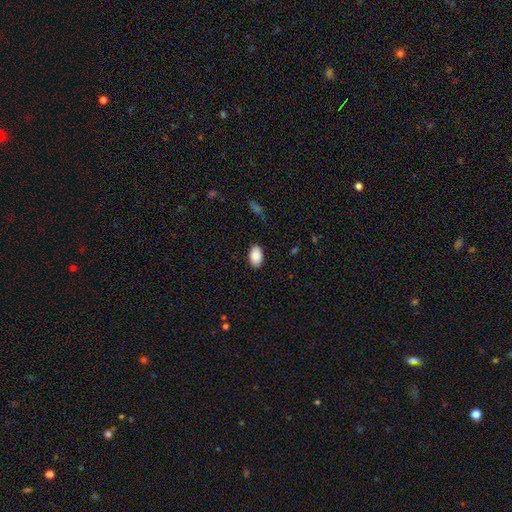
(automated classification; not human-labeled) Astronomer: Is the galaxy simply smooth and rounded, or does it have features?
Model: smooth — 89%.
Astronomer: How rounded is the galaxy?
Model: in between — 92%.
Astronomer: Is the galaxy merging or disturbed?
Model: none — 87%.